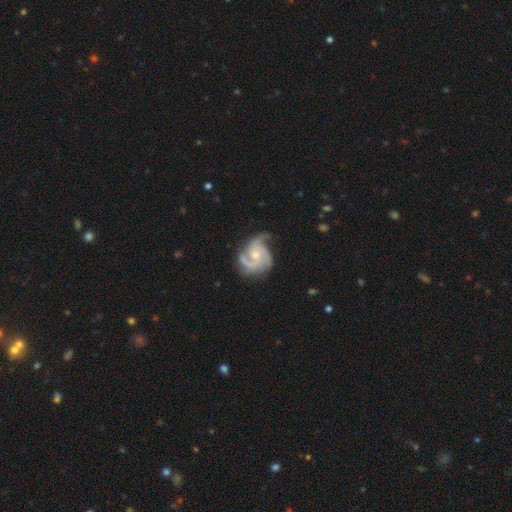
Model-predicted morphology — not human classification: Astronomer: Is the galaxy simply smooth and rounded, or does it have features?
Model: featured or disk — 89%.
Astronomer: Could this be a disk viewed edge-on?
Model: no — 98%.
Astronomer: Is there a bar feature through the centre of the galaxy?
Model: no — 67%.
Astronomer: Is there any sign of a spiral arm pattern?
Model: yes — 98%.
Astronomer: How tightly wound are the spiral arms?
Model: medium — 51% (runner-up: tight, 35%).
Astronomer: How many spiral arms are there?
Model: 3 — 61%.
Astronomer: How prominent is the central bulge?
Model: small — 48% (runner-up: moderate, 46%).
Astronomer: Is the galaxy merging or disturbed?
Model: none — 56%.